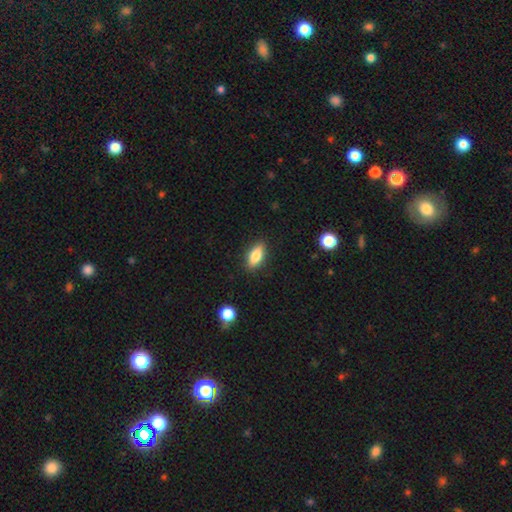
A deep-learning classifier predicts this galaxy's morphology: Smooth or featured? Predicted: smooth (p=0.80). How rounded? Predicted: in between (p=0.83). Merging? Predicted: none (p=0.87).